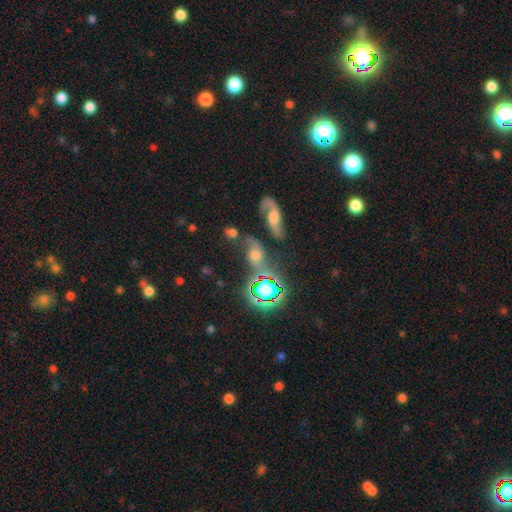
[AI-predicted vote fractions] Morphology: type=featured or disk (35%); merging=none (51%).